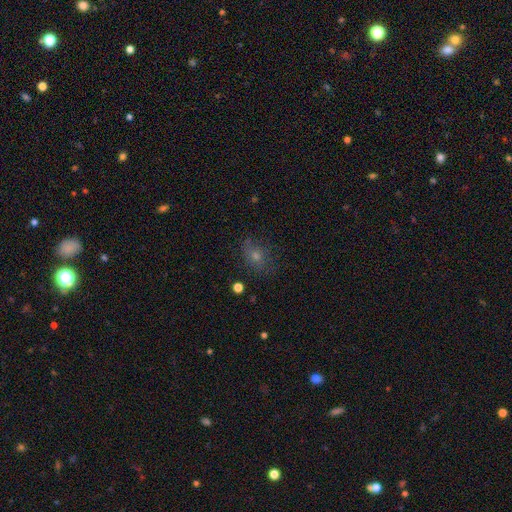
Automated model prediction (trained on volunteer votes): Smooth or featured? Predicted: smooth (p=0.52). How rounded? Predicted: round (p=0.51). Merging? Predicted: none (p=0.72).